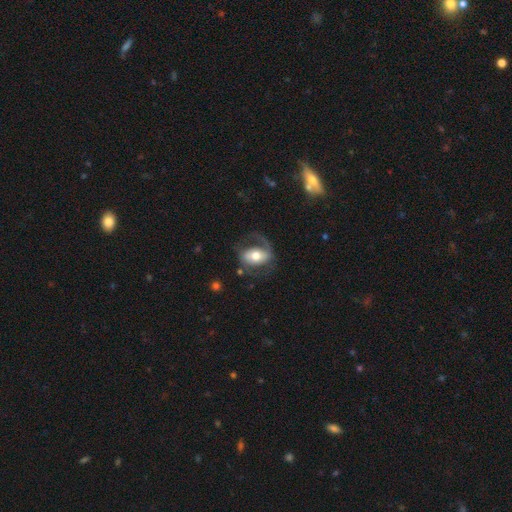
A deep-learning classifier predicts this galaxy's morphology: Smooth or featured?
  - featured or disk: 61% *
  - smooth: 33%
  - star or artifact: 6%
Edge-on disk?
  - no: 94% *
  - yes: 6%
Bar?
  - no: 37% *
  - strong: 31%
  - weak: 31%
Spiral arms?
  - yes: 76% *
  - no: 24%
Bulge size?
  - moderate: 66% *
  - large: 20%
  - small: 10%
  - dominant: 2%
  - none: 1%
Merging?
  - none: 50% *
  - major disturbance: 28%
  - minor disturbance: 20%
  - merger: 2%